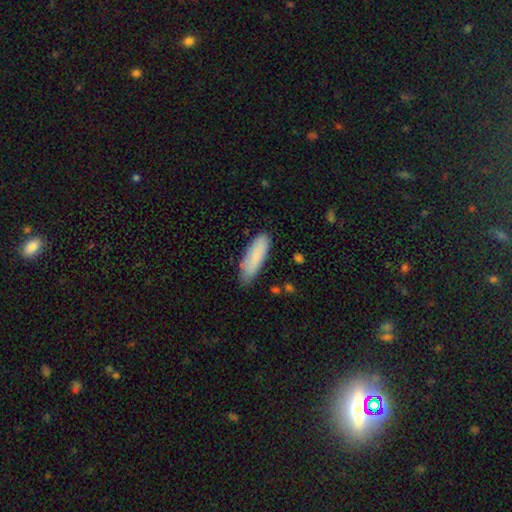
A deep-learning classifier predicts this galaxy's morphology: Smooth or featured?
  - smooth: 86% *
  - featured or disk: 8%
  - star or artifact: 6%
How rounded?
  - in between: 53% *
  - cigar-shaped: 46%
  - round: 1%
Merging?
  - none: 77% *
  - minor disturbance: 19%
  - major disturbance: 3%
  - merger: 2%